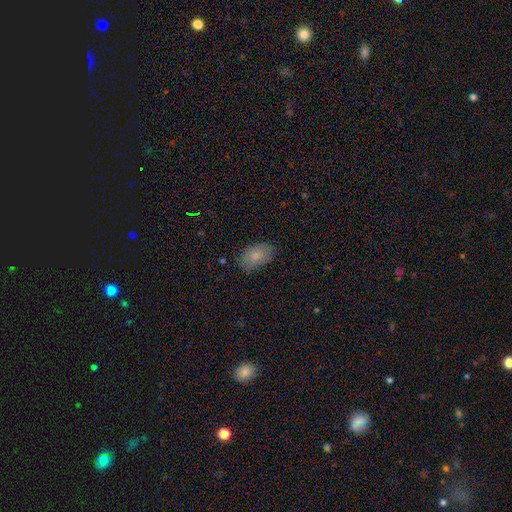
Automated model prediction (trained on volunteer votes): A smooth galaxy with no disk features (83%) that is in between round and cigar-shaped (92%).

Vote fractions:
- Smooth or featured? smooth: 83% / featured or disk: 10% / star or artifact: 7%
- How rounded? in between: 92% / round: 6% / cigar-shaped: 2%
- Merging? none: 81% / minor disturbance: 15% / major disturbance: 3% / merger: 1%